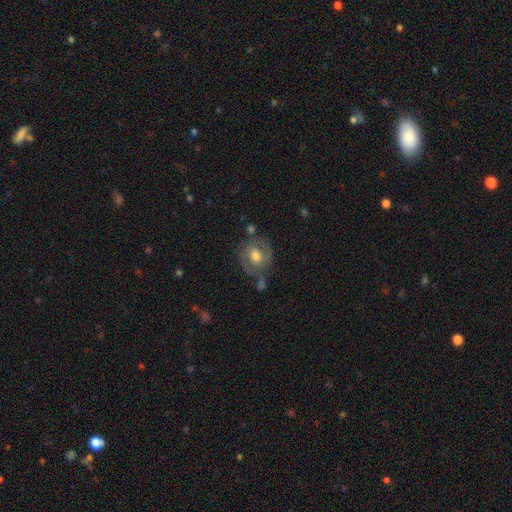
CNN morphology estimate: Smooth or featured? Predicted: featured or disk (p=0.51). Edge-on disk? Predicted: no (p=0.96). Merging? Predicted: none (p=0.63).